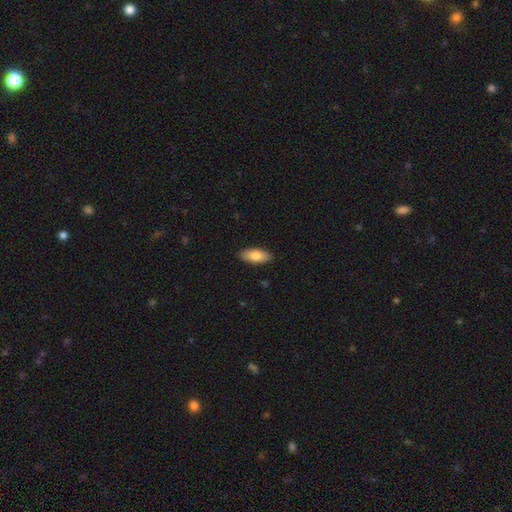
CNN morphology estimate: smooth-or-featured: smooth: 81% | featured or disk: 13% | star or artifact: 6%
  how-rounded: in between: 85% | cigar-shaped: 13% | round: 2%
  merging: none: 89% | minor disturbance: 8% | major disturbance: 2% | merger: 1%